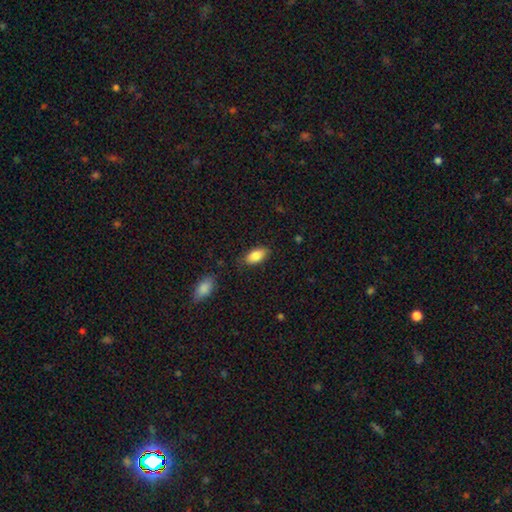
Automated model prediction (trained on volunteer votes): Q: Smooth or featured?
A: smooth (85%); runner-up: featured or disk (8%)
Q: How rounded?
A: in between (91%); runner-up: cigar-shaped (6%)
Q: Merging?
A: none (81%); runner-up: minor disturbance (14%)